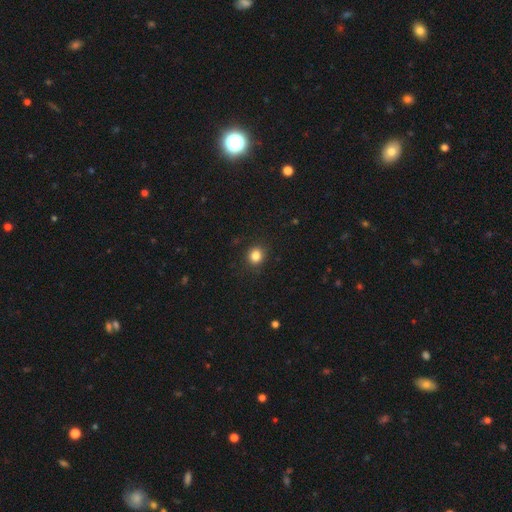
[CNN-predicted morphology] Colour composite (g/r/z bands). It shows a smooth galaxy with no disk features (84%) that is round (78%). Merging: none (90%).